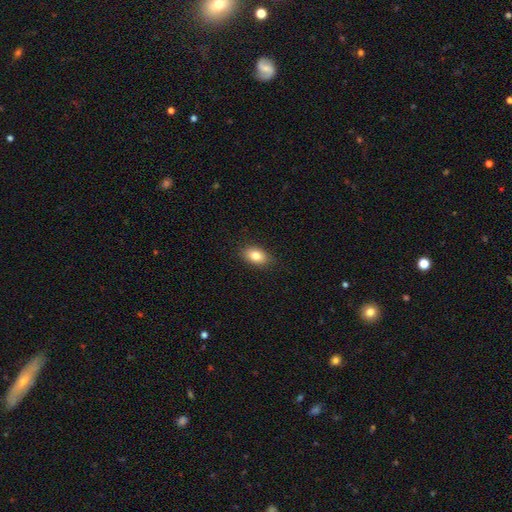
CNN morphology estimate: Overall: smooth (82%). How rounded: in between (86%). Merging: none (87%).